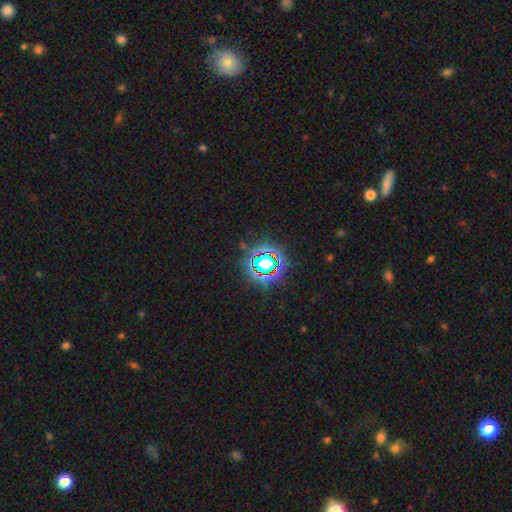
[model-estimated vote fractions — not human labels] Overall: star or artifact (79%).